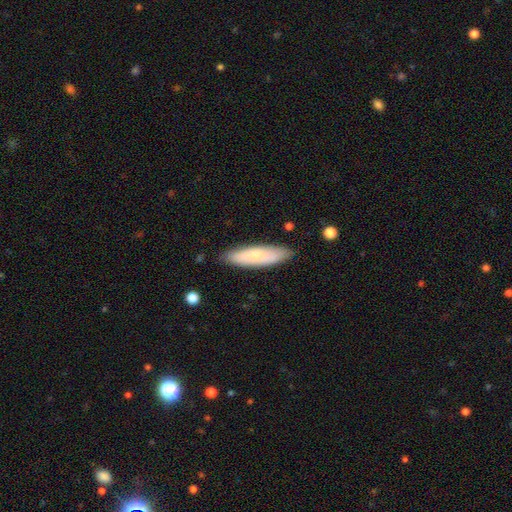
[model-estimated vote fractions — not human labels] Morphology: type=smooth (71%); roundness=cigar-shaped (63%); merging=none (85%).